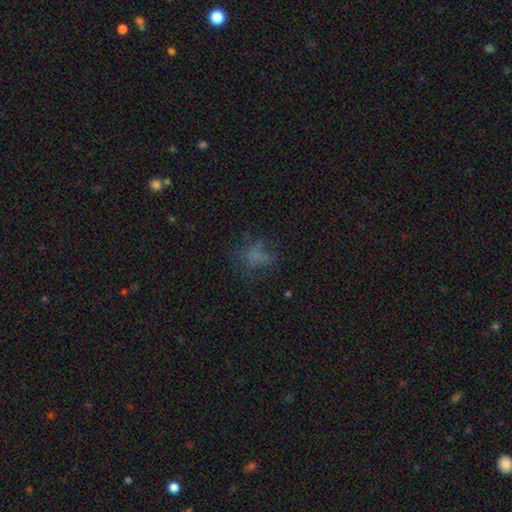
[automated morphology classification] The model was most divided on "how rounded": in between: 55%, round: 42%, cigar-shaped: 3%. More confident: smooth or featured — smooth (53%); merging — none (52%).